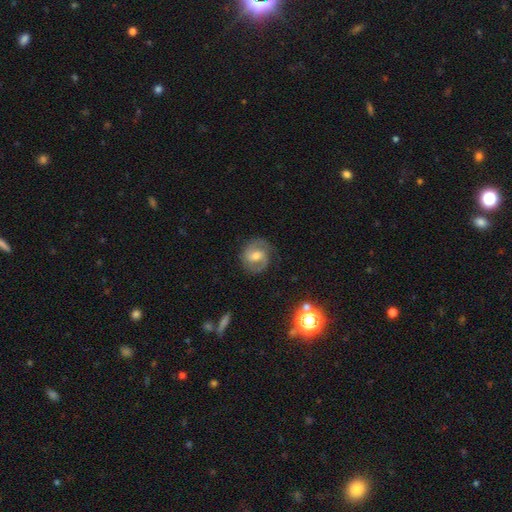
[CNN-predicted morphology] A featured or disk galaxy (70%) with a weak bar (49%), 2 (86%) medium (50%) spiral arms (90%) and a moderate central bulge (60%). Merging: none (79%).